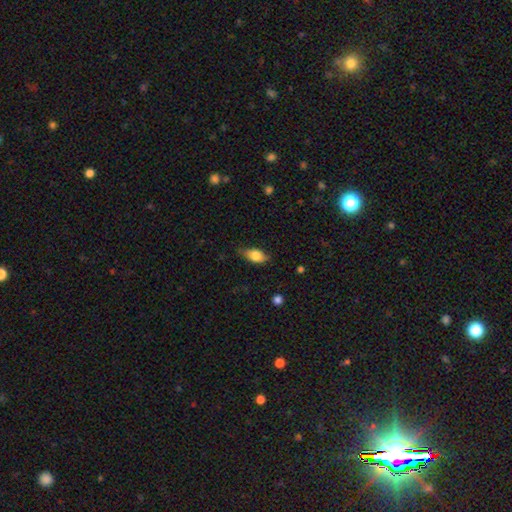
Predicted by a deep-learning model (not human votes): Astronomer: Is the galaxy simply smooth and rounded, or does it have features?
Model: smooth — 73%.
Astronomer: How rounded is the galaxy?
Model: in between — 83%.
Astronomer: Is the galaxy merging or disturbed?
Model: none — 70%.